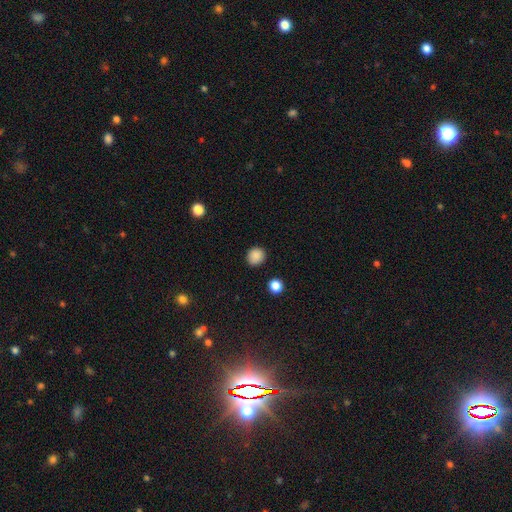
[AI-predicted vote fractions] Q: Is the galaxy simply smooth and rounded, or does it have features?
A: smooth — 87%.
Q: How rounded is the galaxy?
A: round — 86%.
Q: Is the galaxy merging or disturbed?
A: none — 89%.